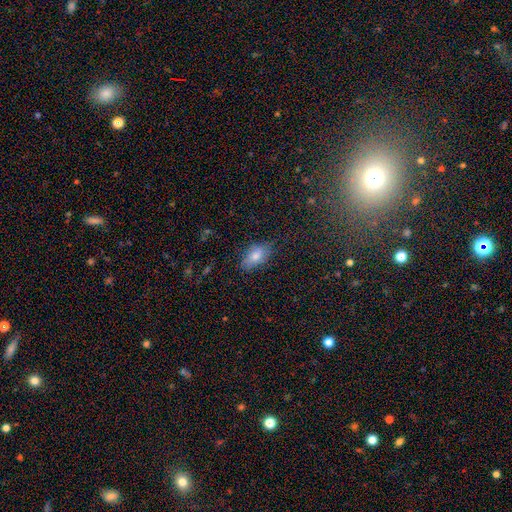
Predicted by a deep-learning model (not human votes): The model was most divided on "merging": none: 78%, minor disturbance: 17%, major disturbance: 4%, merger: 1%. More confident: how rounded — in between (91%); smooth or featured — smooth (77%).